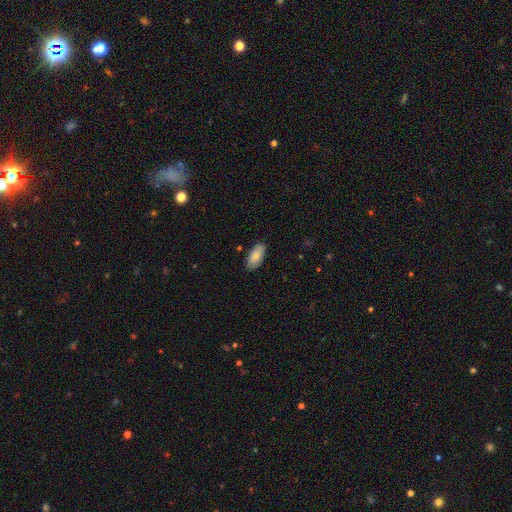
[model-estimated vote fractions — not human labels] The model was most divided on "smooth or featured": smooth: 78%, featured or disk: 16%, star or artifact: 6%. More confident: how rounded — in between (91%); merging — none (81%).